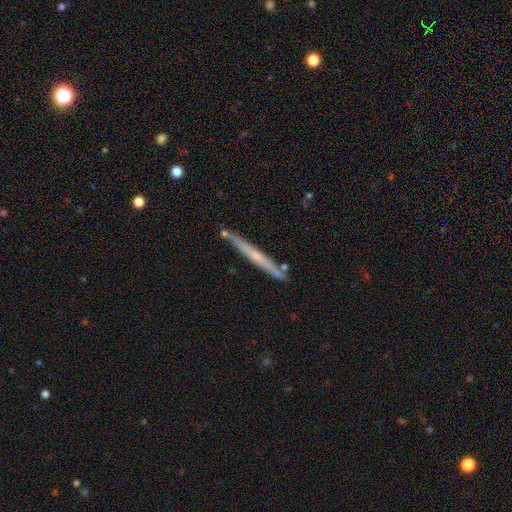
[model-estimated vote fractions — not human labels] A featured or disk galaxy (52%) viewed edge-on (96%).

Vote fractions:
- Smooth or featured? featured or disk: 52% / smooth: 43% / star or artifact: 6%
- Edge-on disk? yes: 96% / no: 4%
- Merging? none: 83% / minor disturbance: 11% / merger: 4% / major disturbance: 2%